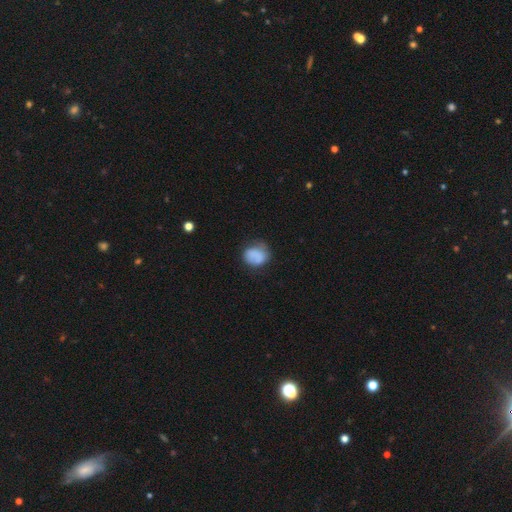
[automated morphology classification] This appears to be a smooth galaxy with no disk features (80%) that is round (64%). Merging: none (57%).